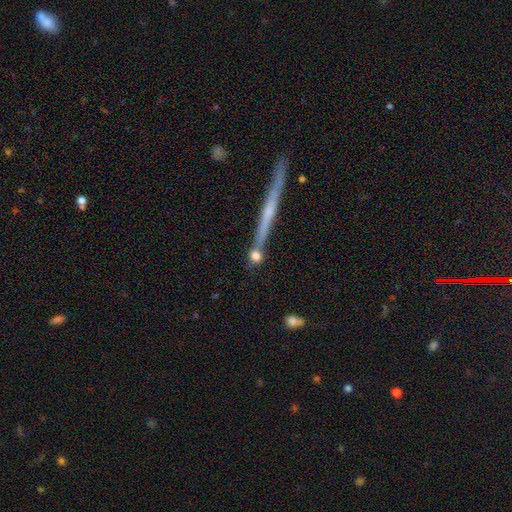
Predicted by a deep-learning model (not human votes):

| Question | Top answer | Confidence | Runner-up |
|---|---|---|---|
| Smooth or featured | smooth | 70% | featured or disk (17%) |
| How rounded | round | 76% | cigar-shaped (12%) |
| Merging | none | 66% | merger (18%) |